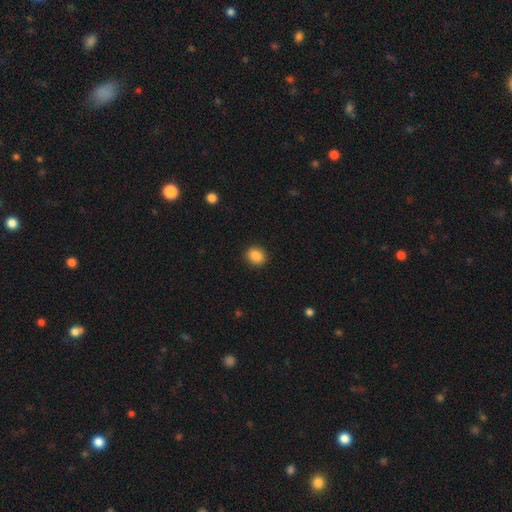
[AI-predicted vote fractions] A smooth galaxy with no disk features (88%) that is round (62%).

Vote fractions:
- Smooth or featured? smooth: 88% / star or artifact: 9% / featured or disk: 3%
- How rounded? round: 62% / in between: 37% / cigar-shaped: 1%
- Merging? none: 90% / minor disturbance: 7% / major disturbance: 2% / merger: 1%